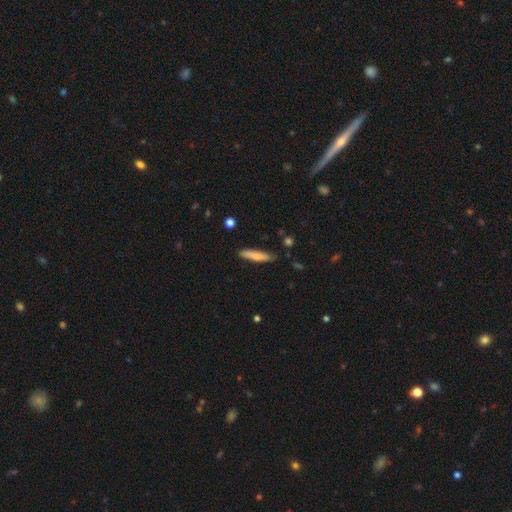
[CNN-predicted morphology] Smooth or featured: smooth — 74% (featured or disk — 20%)
How rounded: cigar-shaped — 84% (in between — 14%)
Merging: none — 83% (minor disturbance — 13%)